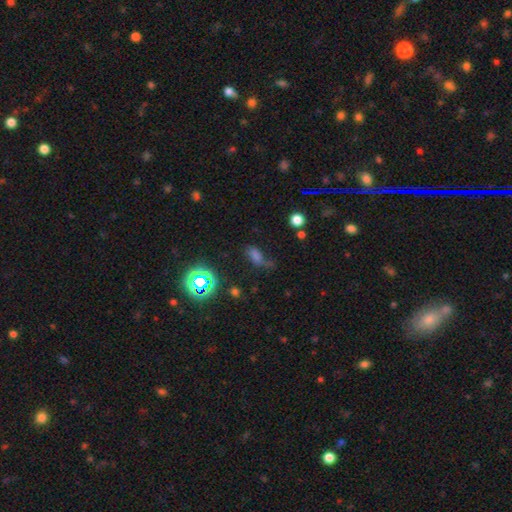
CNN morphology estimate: type=smooth (55%); roundness=in between (73%); merging=none (46%).